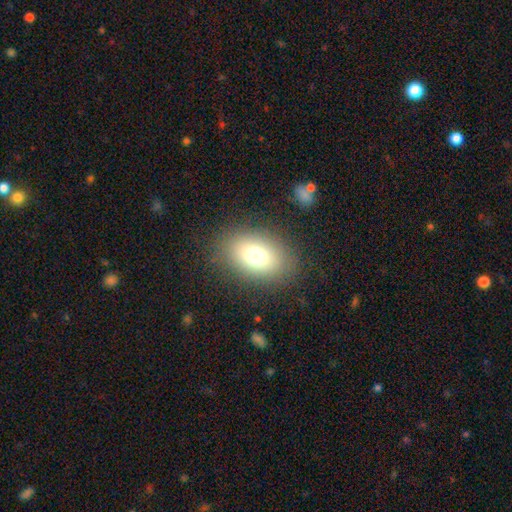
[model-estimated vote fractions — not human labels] A smooth galaxy with no disk features (74%) that is in between round and cigar-shaped (78%). Merging: none (84%).